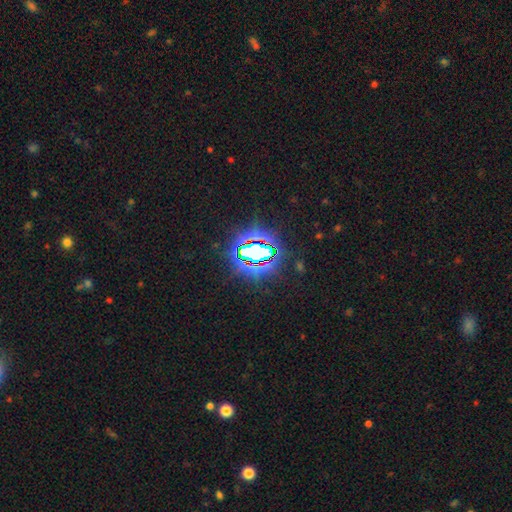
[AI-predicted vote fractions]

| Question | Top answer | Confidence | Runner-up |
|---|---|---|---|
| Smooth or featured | star or artifact | 74% | smooth (15%) |